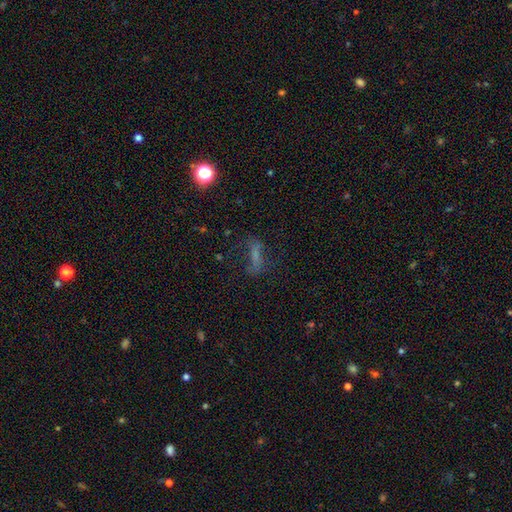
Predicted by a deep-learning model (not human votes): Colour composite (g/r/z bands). It shows a smooth galaxy with no disk features (42%). Merging: none (54%).